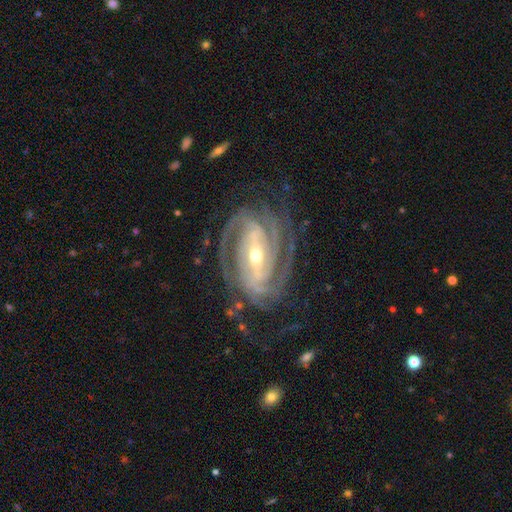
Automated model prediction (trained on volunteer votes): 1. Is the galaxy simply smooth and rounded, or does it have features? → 93% featured or disk, 4% star or artifact, 3% smooth.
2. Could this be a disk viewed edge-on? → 96% no, 4% yes.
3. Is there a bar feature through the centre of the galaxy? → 59% strong, 27% weak, 13% no.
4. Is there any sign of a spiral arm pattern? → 99% yes, 1% no.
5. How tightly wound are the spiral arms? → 69% tight, 27% medium, 4% loose.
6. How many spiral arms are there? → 31% 3, 26% 2, 20% 4, 11% can't tell, 7% more than 4, 6% 1.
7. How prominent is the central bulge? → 49% moderate, 47% small, 3% large, 1% none, 1% dominant.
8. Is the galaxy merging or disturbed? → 75% none, 15% minor disturbance, 9% major disturbance, 1% merger.